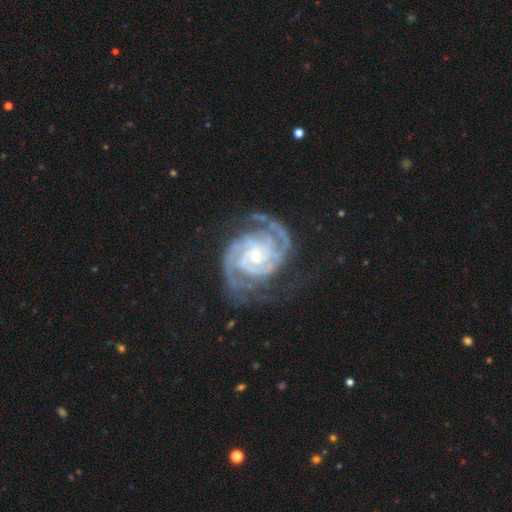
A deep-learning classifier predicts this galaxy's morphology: Overall: featured or disk (93%). Edge-on disk: no (98%). Bar: no (50%; weak 38%). Spiral arms: yes (99%). Spiral arm count: 2 (57%; 3 20%). Spiral winding: tight (62%; medium 34%). Bulge size: small (56%; moderate 38%). Merging: none (66%).